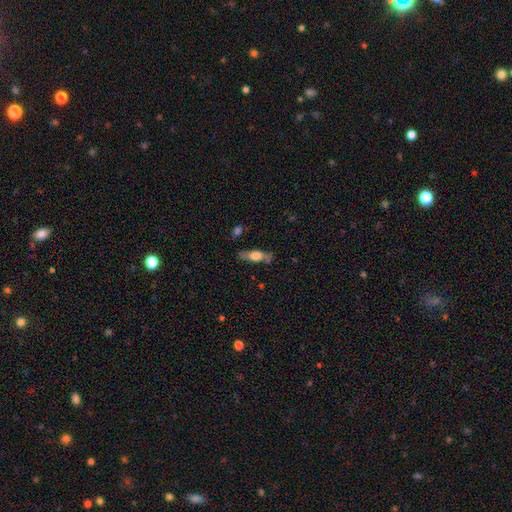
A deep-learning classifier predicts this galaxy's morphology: Smooth or featured? smooth (52%)
How rounded? in between (56%)
Merging? none (69%)